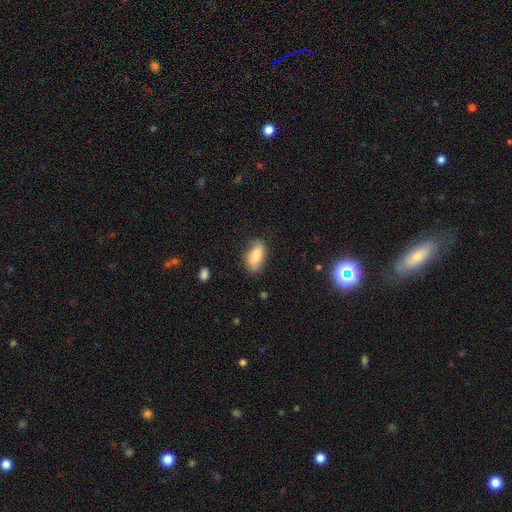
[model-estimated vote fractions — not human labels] The model was most divided on "merging": none: 77%, minor disturbance: 18%, major disturbance: 4%, merger: 1%. More confident: how rounded — in between (90%); smooth or featured — smooth (82%).